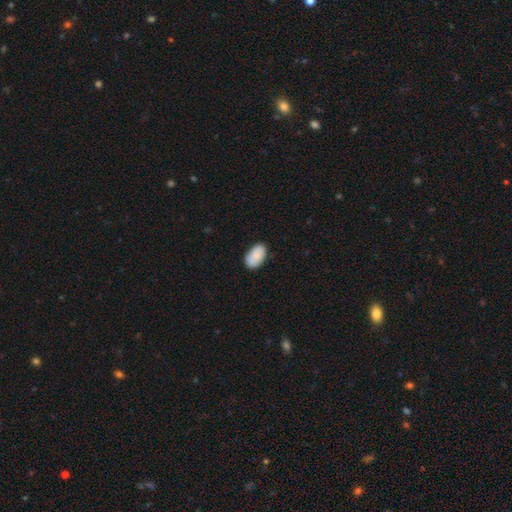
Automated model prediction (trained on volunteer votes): This appears to be a smooth galaxy with no disk features (84%) that is in between round and cigar-shaped (94%). Merging: none (81%).